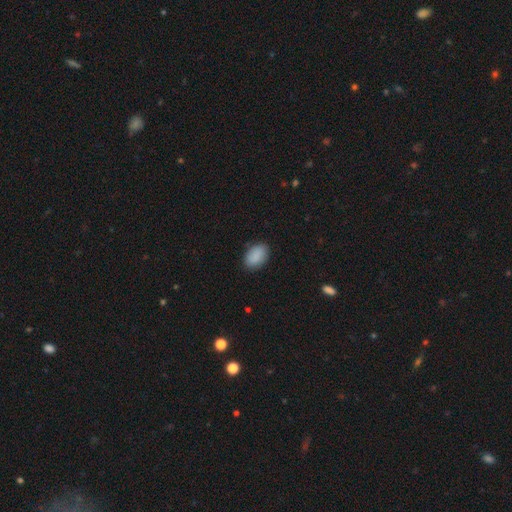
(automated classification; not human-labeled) smooth 89%, star or artifact 7%, featured or disk 4%. Down the decision tree: how rounded — in between (89%); merging — none (85%).